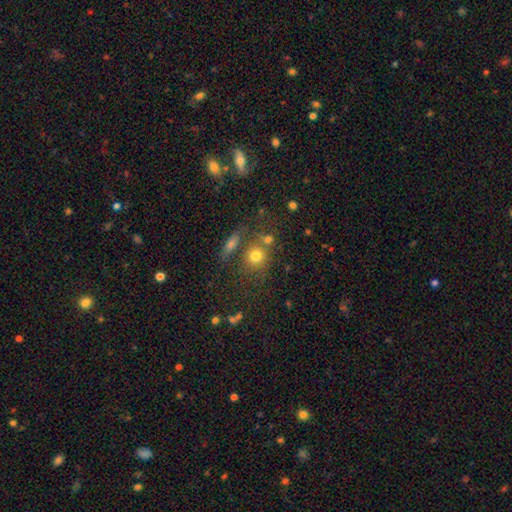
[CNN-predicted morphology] Q: Smooth or featured?
A: smooth (75%); runner-up: star or artifact (14%)
Q: How rounded?
A: round (78%); runner-up: in between (20%)
Q: Merging?
A: none (61%); runner-up: merger (22%)